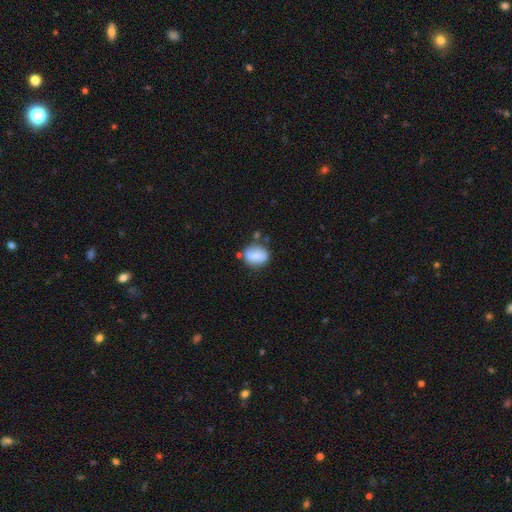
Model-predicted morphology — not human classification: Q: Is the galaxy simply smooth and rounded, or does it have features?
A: smooth — 76%.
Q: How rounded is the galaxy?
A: in between — 62%.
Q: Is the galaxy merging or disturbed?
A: none — 63%.